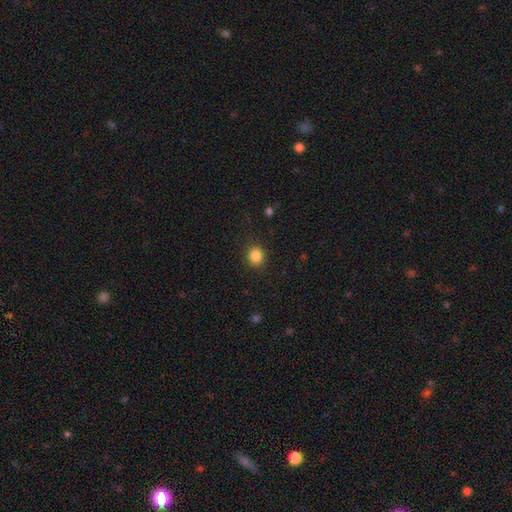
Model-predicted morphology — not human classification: smooth_or_featured: smooth (p=0.86) [alt: star or artifact p=0.11]
how_rounded: round (p=0.84) [alt: in between p=0.15]
merging: none (p=0.88) [alt: minor disturbance p=0.08]